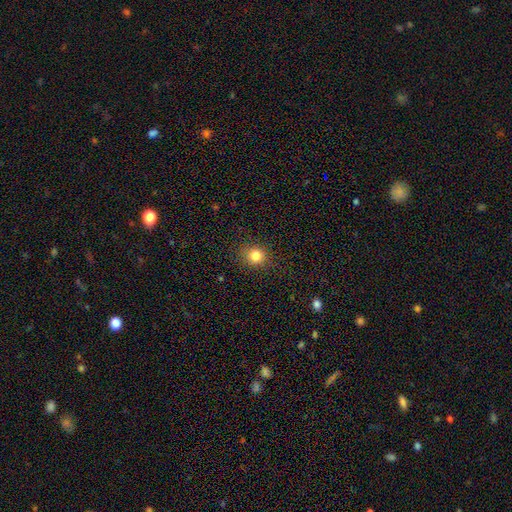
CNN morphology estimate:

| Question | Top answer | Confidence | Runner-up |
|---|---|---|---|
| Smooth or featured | smooth | 83% | star or artifact (12%) |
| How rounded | round | 84% | in between (15%) |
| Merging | none | 88% | minor disturbance (9%) |